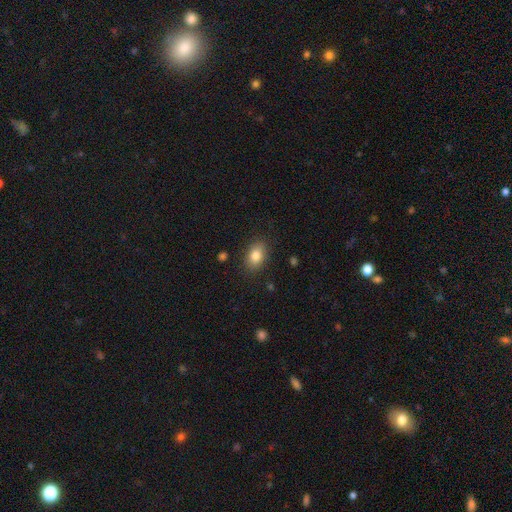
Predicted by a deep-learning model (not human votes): Smooth or featured? Predicted: smooth (p=0.82). How rounded? Predicted: in between (p=0.82). Merging? Predicted: none (p=0.86).